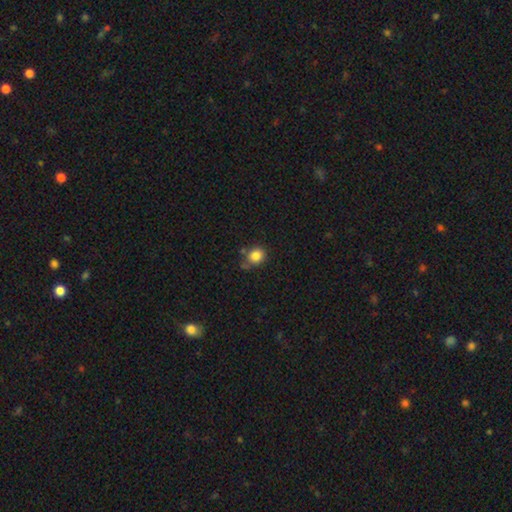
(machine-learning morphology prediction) Smooth or featured: smooth — 84% (star or artifact — 11%)
How rounded: round — 83% (in between — 17%)
Merging: none — 68% (minor disturbance — 18%)